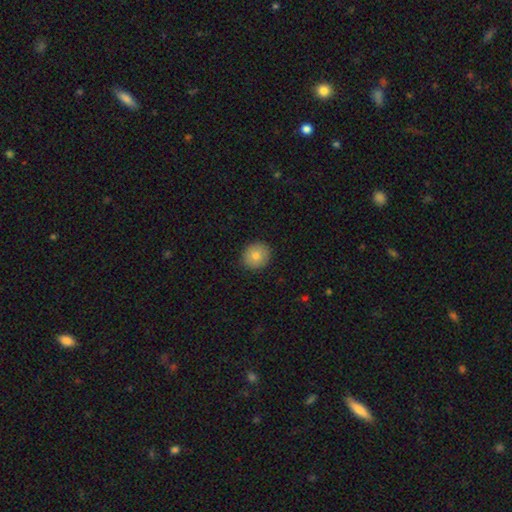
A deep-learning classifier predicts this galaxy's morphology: This appears to be a smooth galaxy with no disk features (78%) that is round (87%). Merging: none (91%).